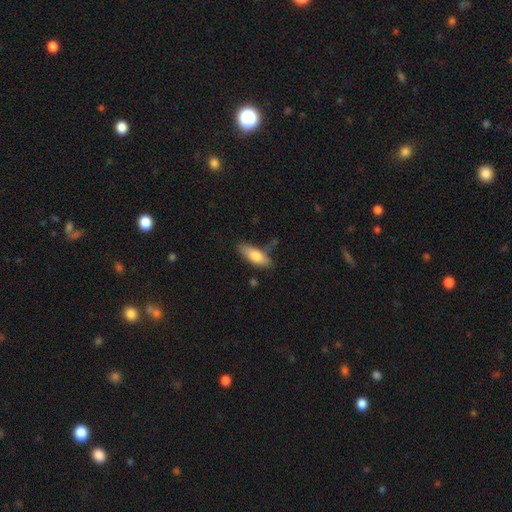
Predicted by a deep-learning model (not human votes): Smooth or featured? Predicted: smooth (p=0.77). How rounded? Predicted: in between (p=0.69). Merging? Predicted: none (p=0.69).